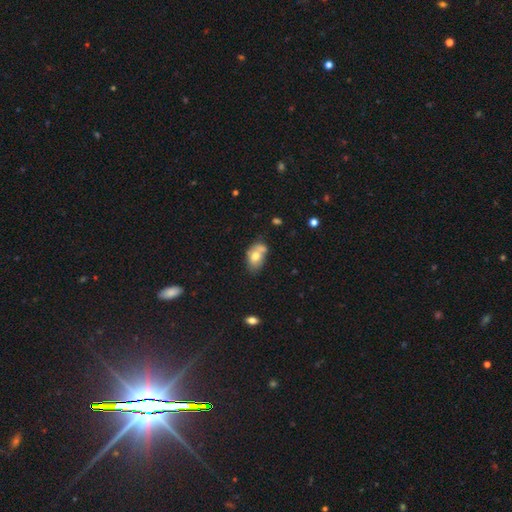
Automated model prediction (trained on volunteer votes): This is likely a smooth galaxy (70%). How rounded: clearly in between (82%). Merging: marginally merger (37%).